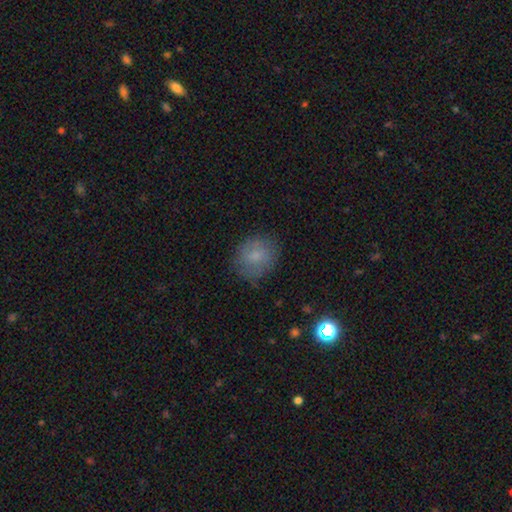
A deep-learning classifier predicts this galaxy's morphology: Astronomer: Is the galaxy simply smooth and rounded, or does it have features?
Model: smooth — 77%.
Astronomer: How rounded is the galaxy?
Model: round — 74%.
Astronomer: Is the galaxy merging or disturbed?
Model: none — 78%.